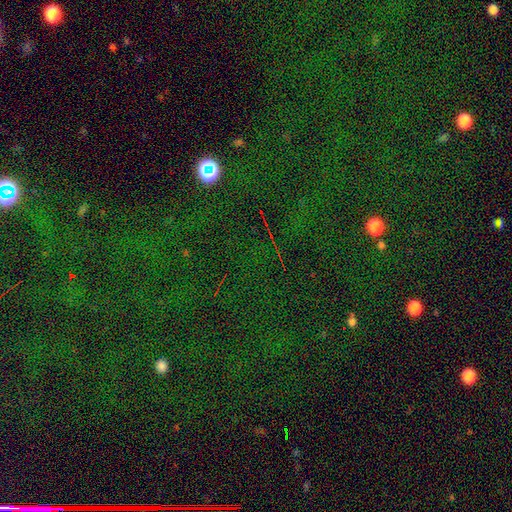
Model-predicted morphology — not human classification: smooth-or-featured: star or artifact: 78% | smooth: 14% | featured or disk: 8%